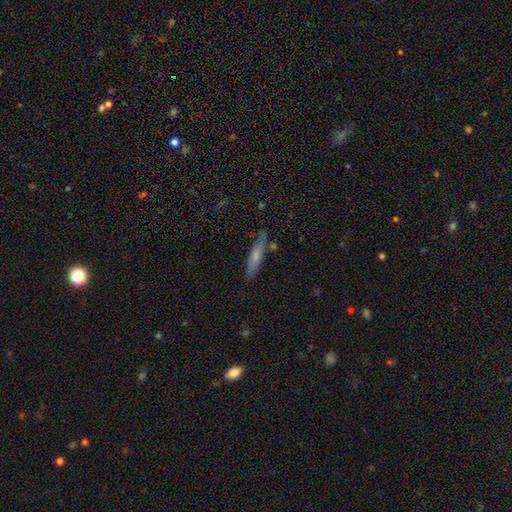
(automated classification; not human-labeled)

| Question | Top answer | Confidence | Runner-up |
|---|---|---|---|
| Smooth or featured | smooth | 61% | featured or disk (33%) |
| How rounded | cigar-shaped | 84% | in between (14%) |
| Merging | none | 77% | minor disturbance (16%) |